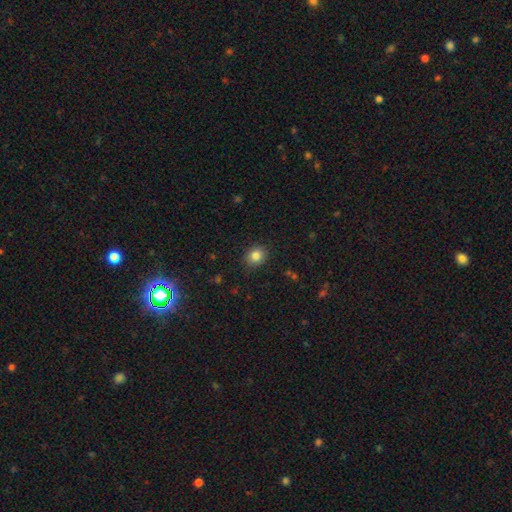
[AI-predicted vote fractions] This is clearly a smooth galaxy (84%). How rounded: likely round (65%). Merging: clearly none (88%).